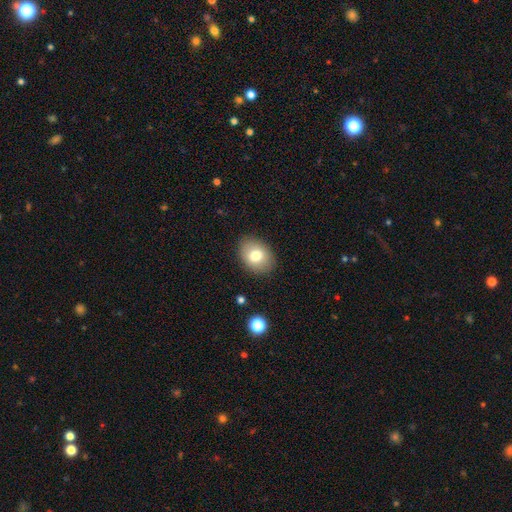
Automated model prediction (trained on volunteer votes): A smooth galaxy with no disk features (78%) that is in between round and cigar-shaped (67%). Merging: none (86%).